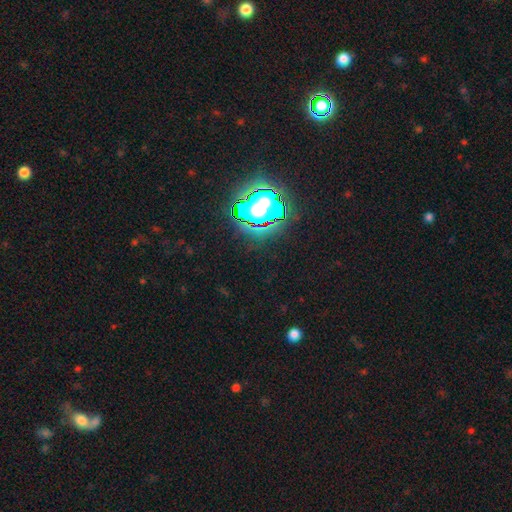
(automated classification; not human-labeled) The model was most divided on "smooth or featured": star or artifact: 80%, smooth: 11%, featured or disk: 9%.